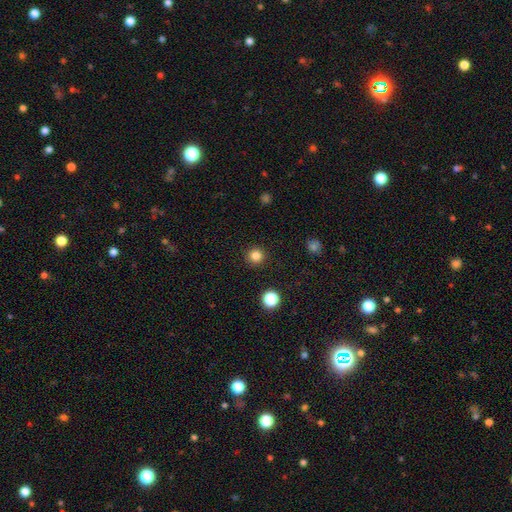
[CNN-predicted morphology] Overall: smooth (83%). How rounded: round (95%). Merging: none (92%).